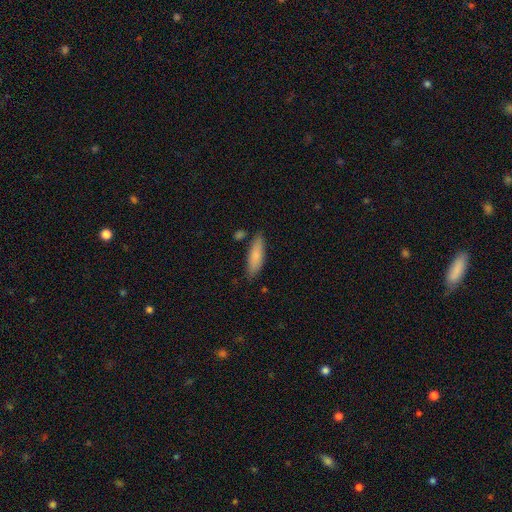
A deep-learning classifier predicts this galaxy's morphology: smooth_or_featured: smooth (p=0.82) [alt: featured or disk p=0.12]
how_rounded: cigar-shaped (p=0.53) [alt: in between p=0.45]
merging: none (p=0.79) [alt: minor disturbance p=0.15]